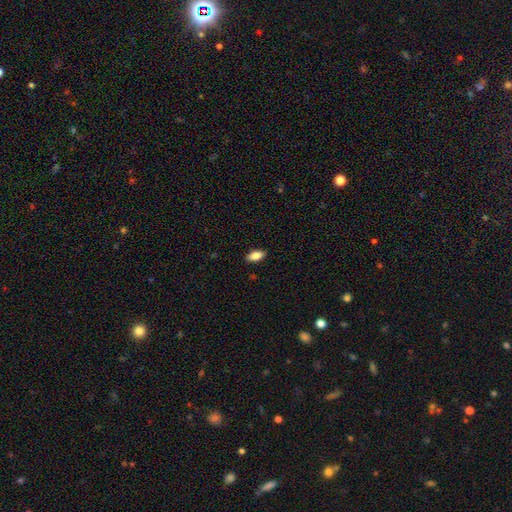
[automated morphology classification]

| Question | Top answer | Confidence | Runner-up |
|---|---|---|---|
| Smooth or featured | smooth | 85% | featured or disk (7%) |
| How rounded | in between | 89% | cigar-shaped (8%) |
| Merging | none | 88% | minor disturbance (9%) |